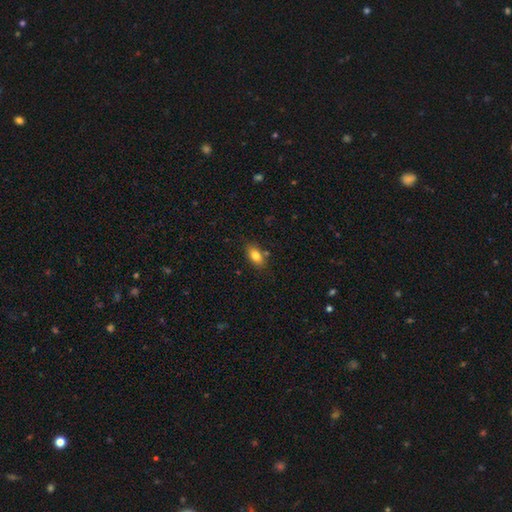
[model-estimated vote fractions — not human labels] The model was most divided on "merging": none: 79%, minor disturbance: 13%, merger: 5%, major disturbance: 3%. More confident: how rounded — in between (87%); smooth or featured — smooth (80%).